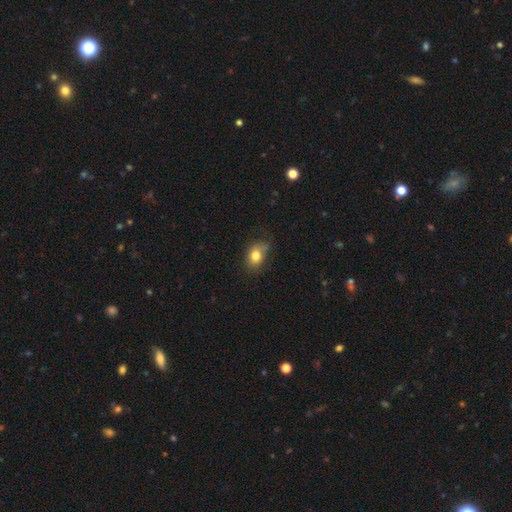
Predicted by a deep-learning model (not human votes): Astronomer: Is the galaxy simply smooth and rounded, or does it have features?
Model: smooth — 79%.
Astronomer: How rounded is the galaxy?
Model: in between — 65%.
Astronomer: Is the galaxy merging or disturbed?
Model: none — 56% (runner-up: minor disturbance, 32%).